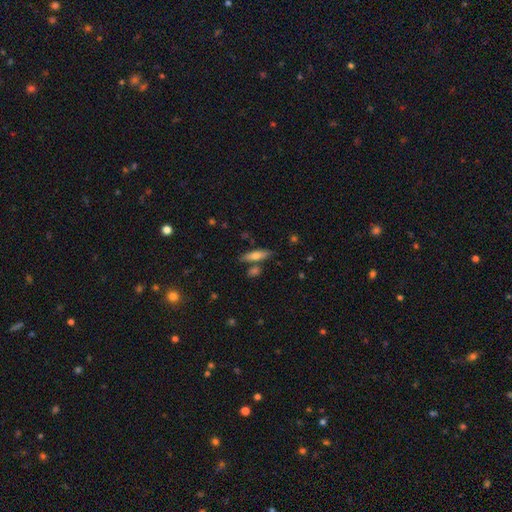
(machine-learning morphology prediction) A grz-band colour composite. It shows a smooth galaxy with no disk features (65%) that is cigar-shaped (65%). Merging: none (74%).